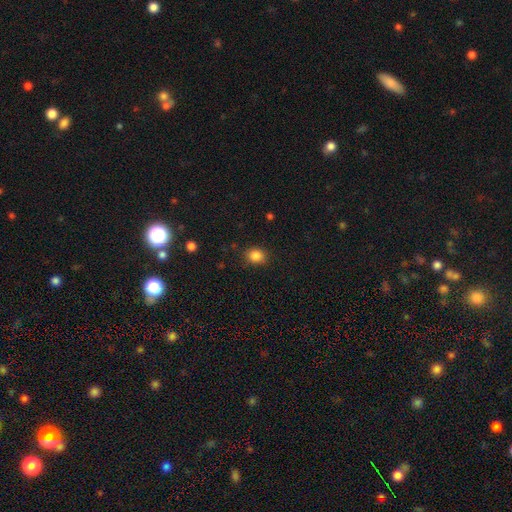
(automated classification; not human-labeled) A smooth galaxy with no disk features (85%) that is round (65%). Merging: none (85%).